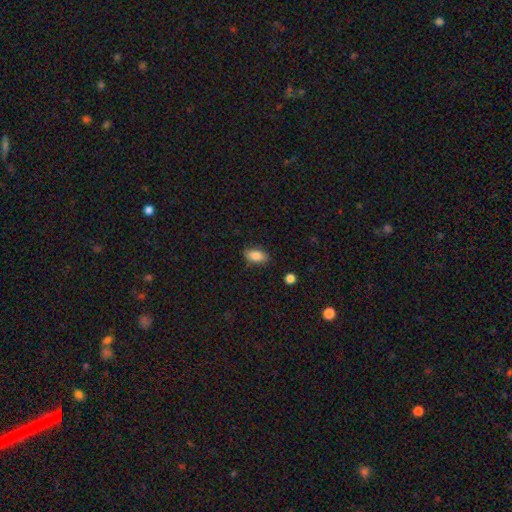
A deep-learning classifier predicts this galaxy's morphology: A smooth galaxy with no disk features (85%) that is in between round and cigar-shaped (89%).

Vote fractions:
- Smooth or featured? smooth: 85% / star or artifact: 8% / featured or disk: 7%
- How rounded? in between: 89% / round: 6% / cigar-shaped: 5%
- Merging? none: 83% / minor disturbance: 13% / major disturbance: 3% / merger: 2%